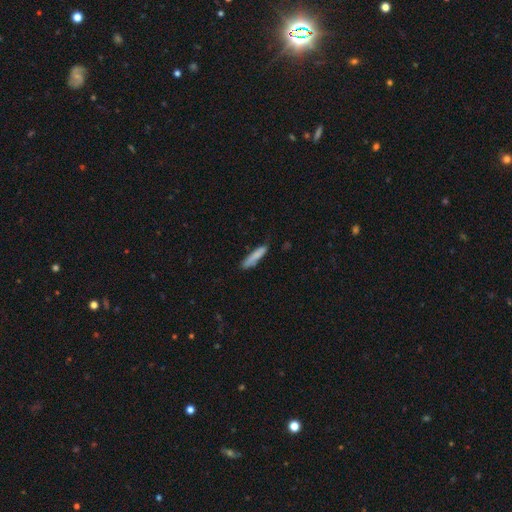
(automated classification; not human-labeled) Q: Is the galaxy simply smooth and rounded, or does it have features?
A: smooth — 82%.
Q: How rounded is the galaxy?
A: cigar-shaped — 85%.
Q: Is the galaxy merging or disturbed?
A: none — 78%.